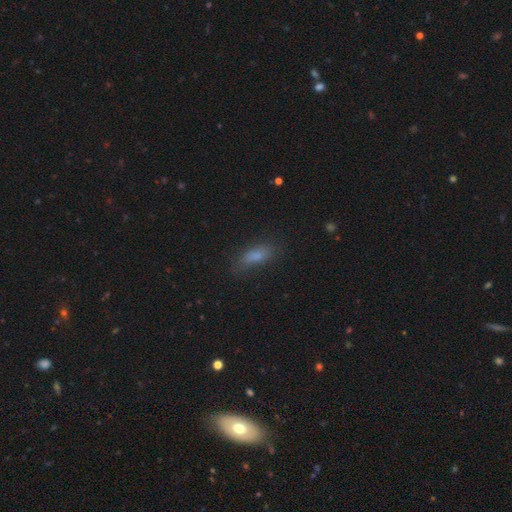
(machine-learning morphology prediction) This is likely a smooth galaxy (77%). How rounded: likely in between (68%). Merging: likely none (71%).